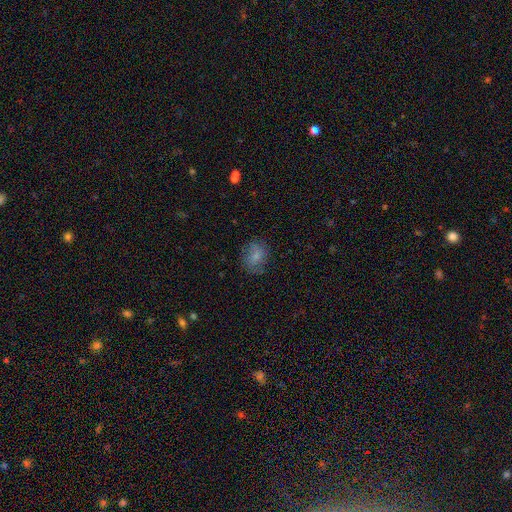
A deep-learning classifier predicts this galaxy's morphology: A smooth galaxy with no disk features (72%) that is in between round and cigar-shaped (50%). Merging: none (71%).